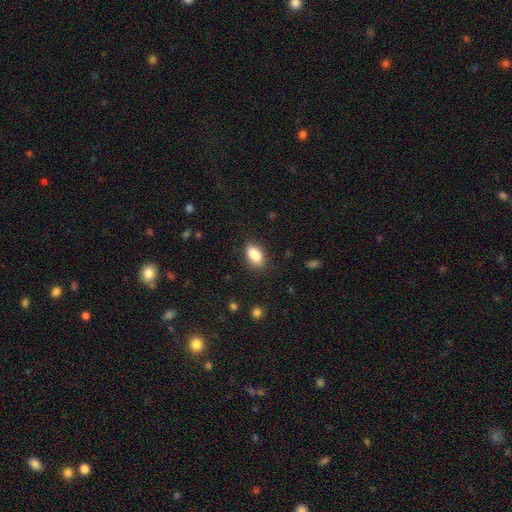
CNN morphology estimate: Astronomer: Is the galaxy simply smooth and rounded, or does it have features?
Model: smooth — 83%.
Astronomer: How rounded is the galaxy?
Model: in between — 87%.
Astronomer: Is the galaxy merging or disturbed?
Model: none — 73%.